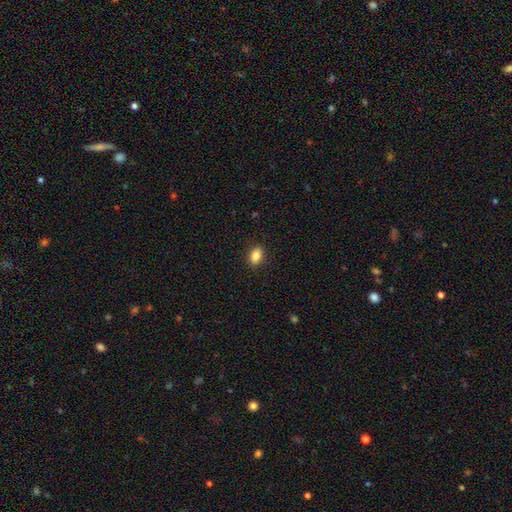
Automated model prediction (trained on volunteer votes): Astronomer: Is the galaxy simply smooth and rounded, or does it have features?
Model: smooth — 87%.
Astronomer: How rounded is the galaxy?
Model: in between — 88%.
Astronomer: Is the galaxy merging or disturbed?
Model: none — 89%.